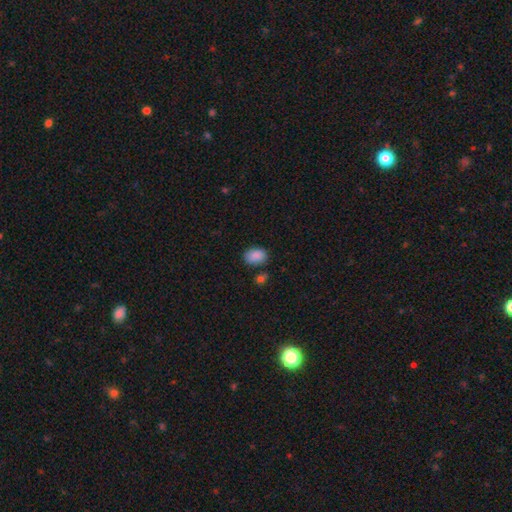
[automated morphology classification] A smooth galaxy with no disk features (88%) that is in between round and cigar-shaped (80%). Merging: none (74%).